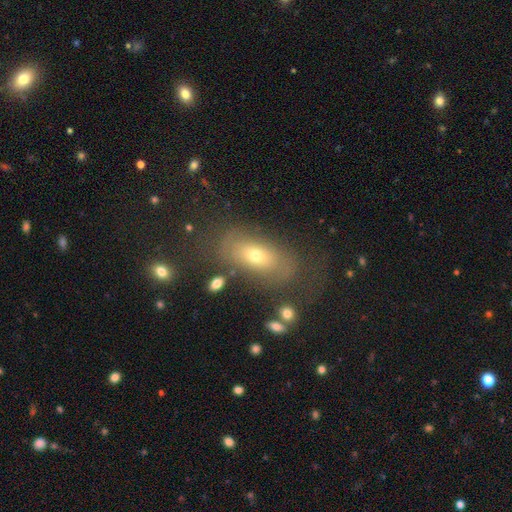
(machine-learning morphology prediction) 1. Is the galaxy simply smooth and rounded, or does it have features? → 52% smooth, 34% featured or disk, 14% star or artifact.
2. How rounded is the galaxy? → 82% in between, 10% cigar-shaped, 8% round.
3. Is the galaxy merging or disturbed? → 66% none, 18% minor disturbance, 13% major disturbance, 4% merger.